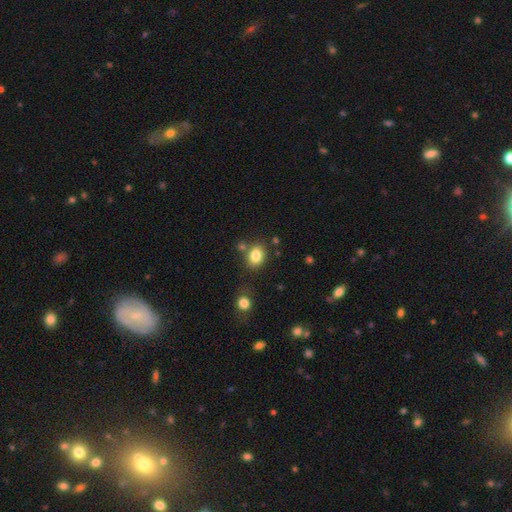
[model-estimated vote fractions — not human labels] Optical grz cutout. It shows a smooth galaxy with no disk features (82%) that is in between round and cigar-shaped (57%). Merging: none (73%).